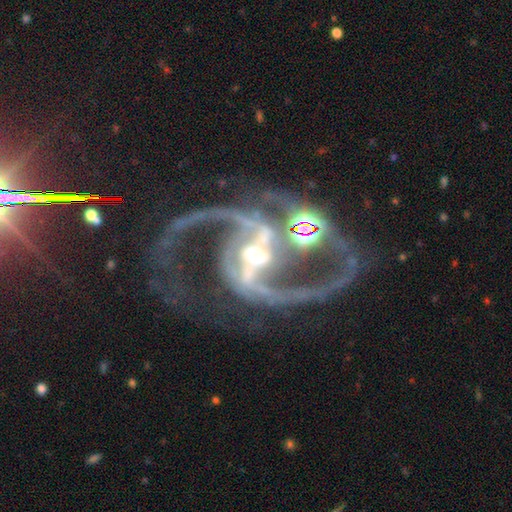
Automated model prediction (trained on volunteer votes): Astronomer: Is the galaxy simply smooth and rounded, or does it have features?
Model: featured or disk — 92%.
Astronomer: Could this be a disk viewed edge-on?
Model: no — 98%.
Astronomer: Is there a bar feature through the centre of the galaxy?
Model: strong — 62%.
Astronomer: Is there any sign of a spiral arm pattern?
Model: yes — 98%.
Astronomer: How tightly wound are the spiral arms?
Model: medium — 55% (runner-up: loose, 33%).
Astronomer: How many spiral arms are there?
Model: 2 — 84%.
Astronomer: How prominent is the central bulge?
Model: moderate — 52% (runner-up: small, 38%).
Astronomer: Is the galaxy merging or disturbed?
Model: none — 44% (runner-up: major disturbance, 23%).